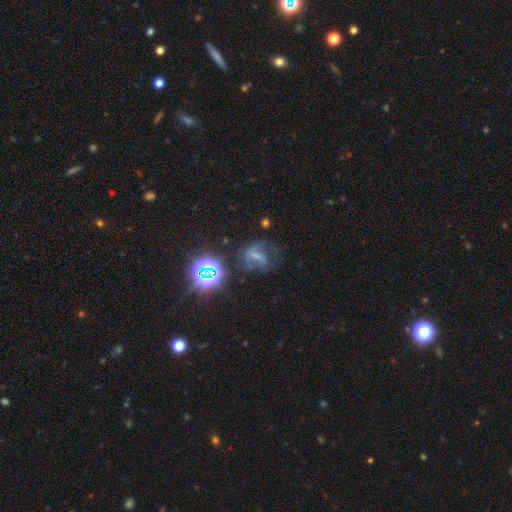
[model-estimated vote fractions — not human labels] smooth_or_featured: featured or disk (p=0.45) [alt: star or artifact p=0.30]
merging: none (p=0.47) [alt: major disturbance p=0.27]